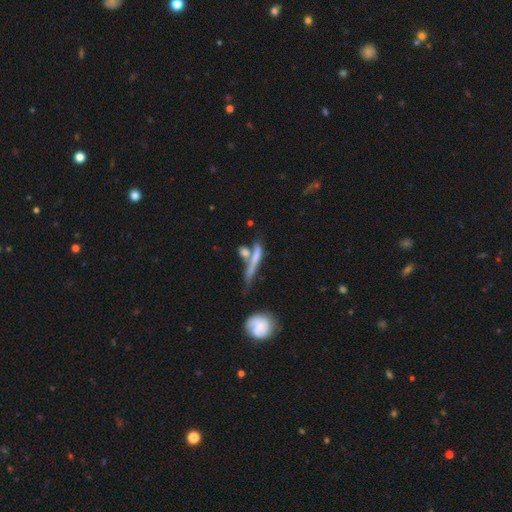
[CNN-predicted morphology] This is possibly a smooth galaxy (46%). Merging: possibly none (46%).